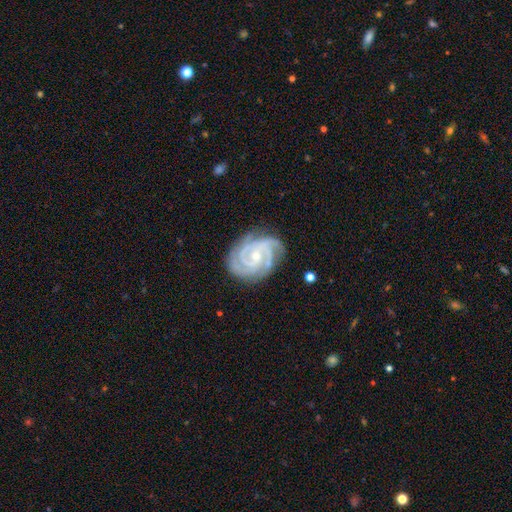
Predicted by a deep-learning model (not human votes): Q: Smooth or featured?
A: featured or disk (92%); runner-up: star or artifact (4%)
Q: Edge-on disk?
A: no (98%); runner-up: yes (2%)
Q: Bar?
A: no (58%); runner-up: weak (31%)
Q: Spiral arms?
A: yes (99%); runner-up: no (1%)
Q: Spiral winding?
A: tight (74%); runner-up: medium (24%)
Q: Spiral arm count?
A: 3 (51%); runner-up: 4 (19%)
Q: Bulge size?
A: small (64%); runner-up: moderate (32%)
Q: Merging?
A: none (78%); runner-up: minor disturbance (17%)